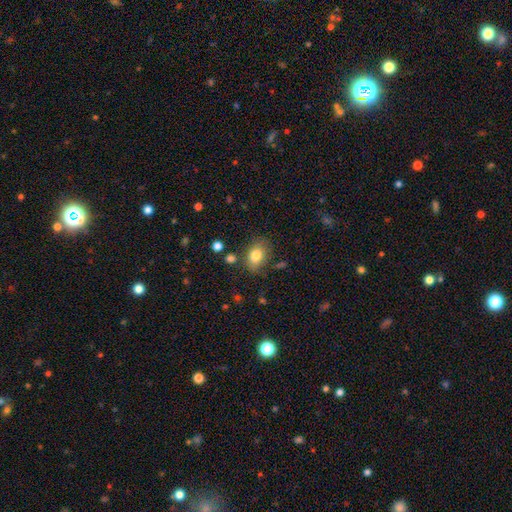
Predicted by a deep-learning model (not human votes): A smooth galaxy with no disk features (80%) that is in between round and cigar-shaped (72%). Merging: none (76%).